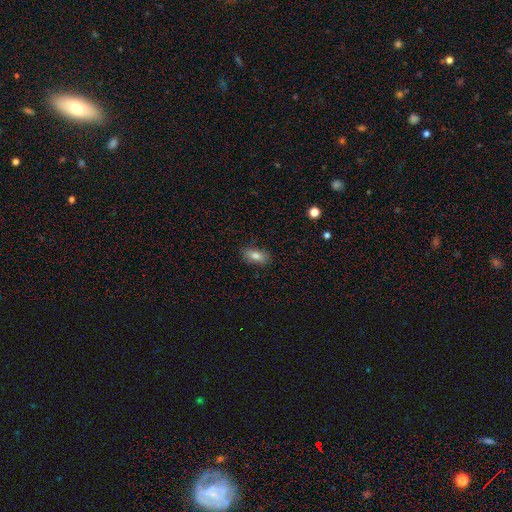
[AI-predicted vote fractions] The model was most divided on "smooth or featured": smooth: 81%, featured or disk: 11%, star or artifact: 9%. More confident: how rounded — in between (86%); merging — none (85%).